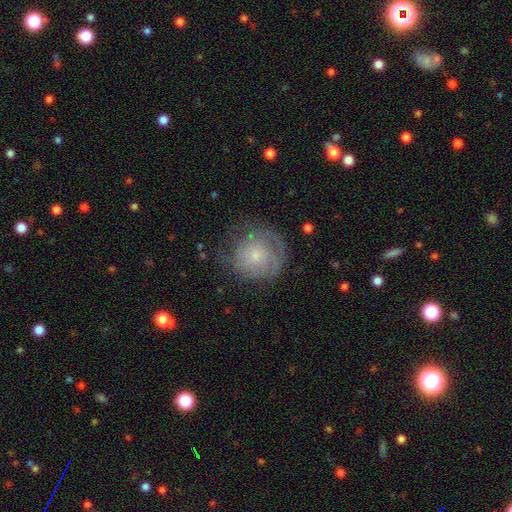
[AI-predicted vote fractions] featured or disk 53%, smooth 39%, star or artifact 8%. Down the decision tree: edge-on disk — no (97%); bar — no (82%); spiral arms — yes (79%); bulge size — small (62%); merging — none (63%).